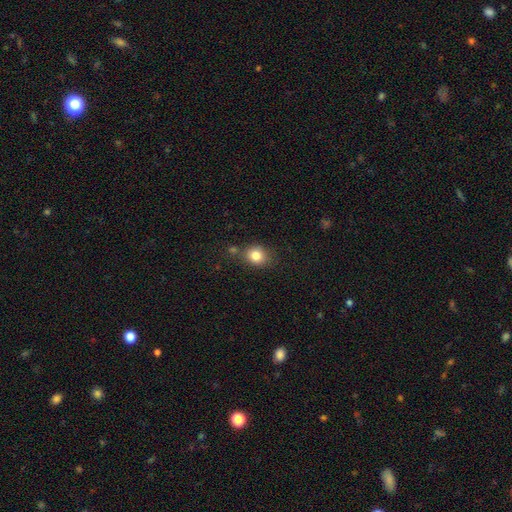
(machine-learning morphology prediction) A smooth galaxy with no disk features (82%) that is round (68%). Merging: none (72%).